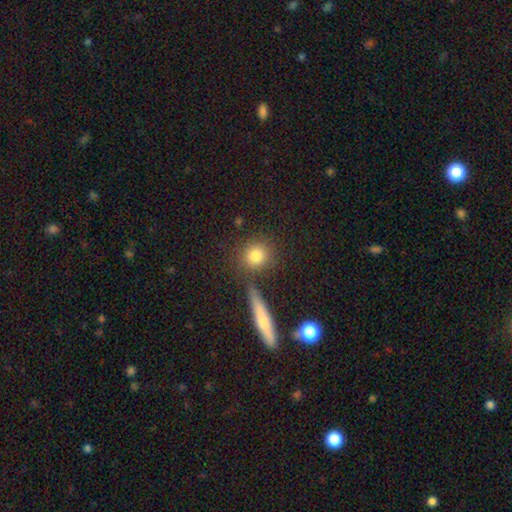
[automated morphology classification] type=smooth (80%); roundness=round (82%); merging=none (77%).